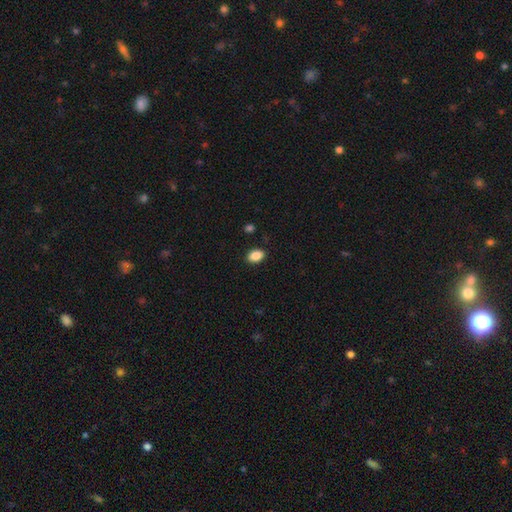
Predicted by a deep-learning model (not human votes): Morphology: type=smooth (88%); roundness=in between (82%); merging=none (89%).